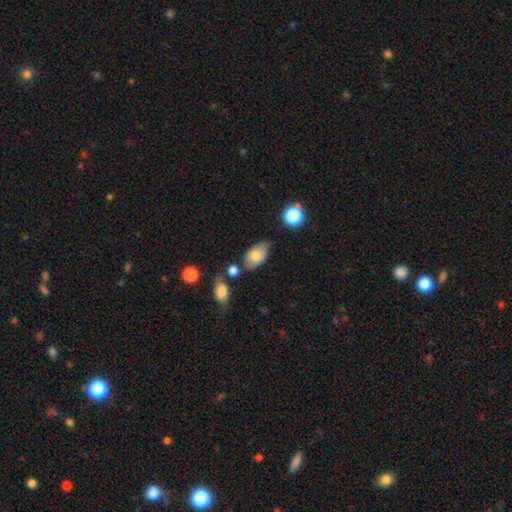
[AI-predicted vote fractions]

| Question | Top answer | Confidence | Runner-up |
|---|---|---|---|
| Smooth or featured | smooth | 72% | featured or disk (21%) |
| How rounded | in between | 91% | round (6%) |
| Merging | none | 65% | minor disturbance (22%) |